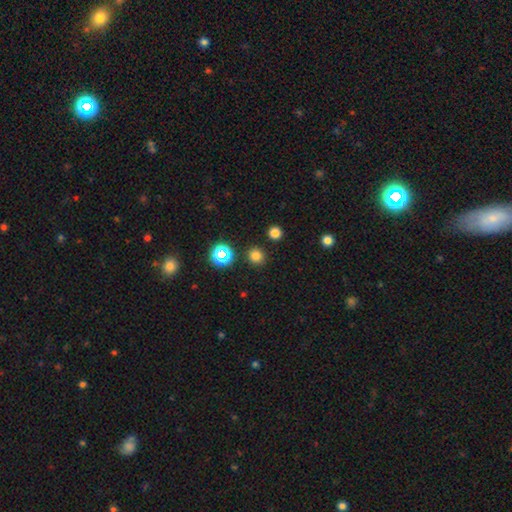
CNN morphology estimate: A smooth galaxy with no disk features (76%) that is round (89%).

Vote fractions:
- Smooth or featured? smooth: 76% / star or artifact: 19% / featured or disk: 5%
- How rounded? round: 89% / in between: 10% / cigar-shaped: 1%
- Merging? none: 89% / minor disturbance: 6% / merger: 3% / major disturbance: 2%